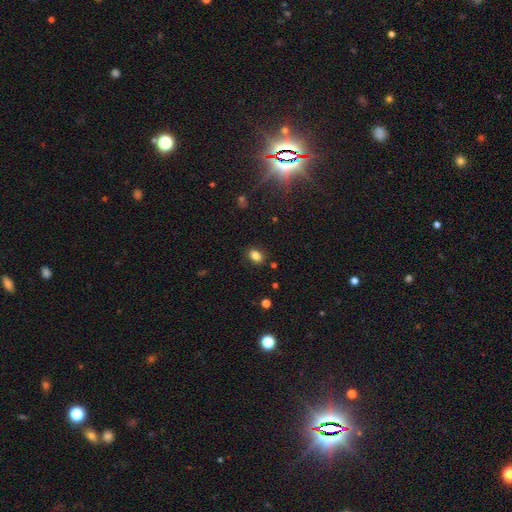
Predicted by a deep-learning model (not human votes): A smooth galaxy with no disk features (82%) that is in between round and cigar-shaped (73%). Merging: none (85%).